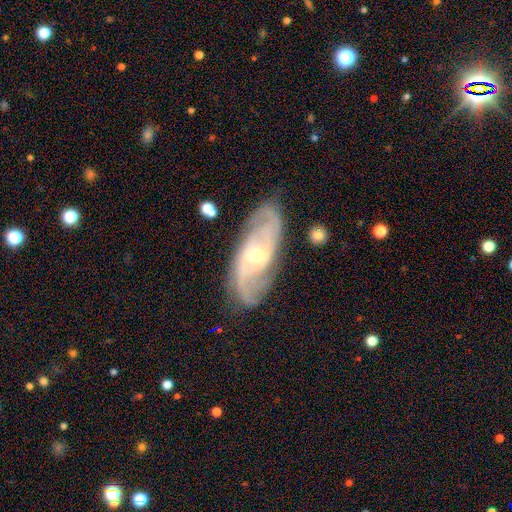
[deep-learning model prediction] This is clearly a featured or disk galaxy (86%). It is clearly not viewed edge-on (92%). Bar: possibly weak (48%). Spiral arm pattern: clearly yes (96%). Spiral arm count: possibly 2 (56%). Spiral winding: marginally medium (45%). Central bulge: possibly small (55%). Merging: likely none (80%).